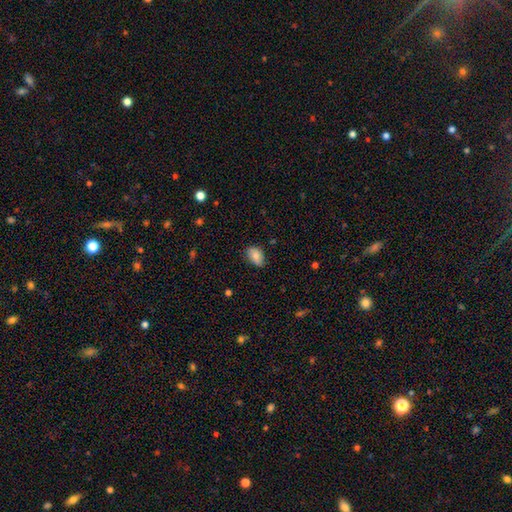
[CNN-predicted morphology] Overall: smooth (79%). How rounded: in between (85%). Merging: none (74%).